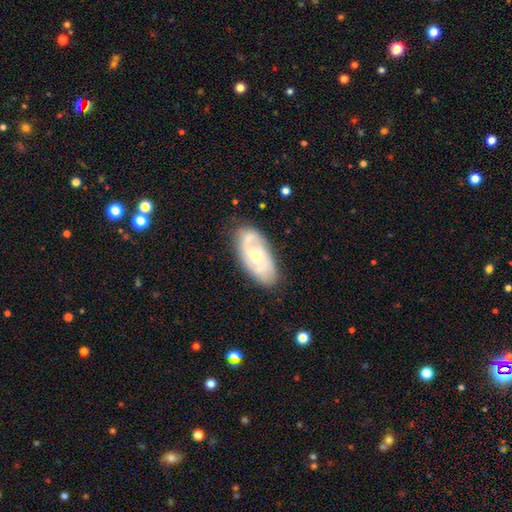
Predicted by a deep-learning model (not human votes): A featured or disk galaxy (72%) with no bar (65%), 2 (50%) tight (44%) spiral arms (91%) and a small central bulge (56%). Merging: none (77%).